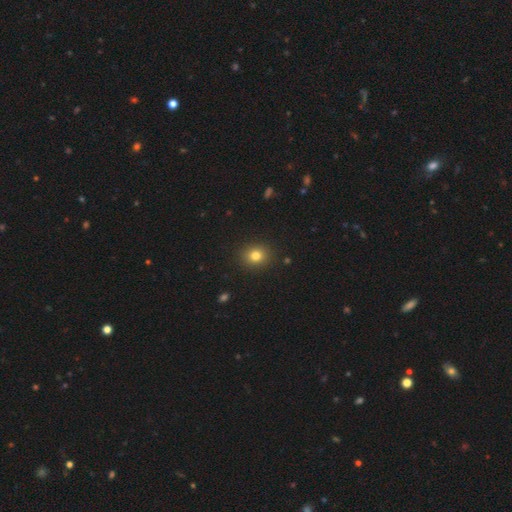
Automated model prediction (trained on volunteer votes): Smooth or featured: smooth — 80% (star or artifact — 13%)
How rounded: round — 75% (in between — 25%)
Merging: none — 91% (minor disturbance — 6%)